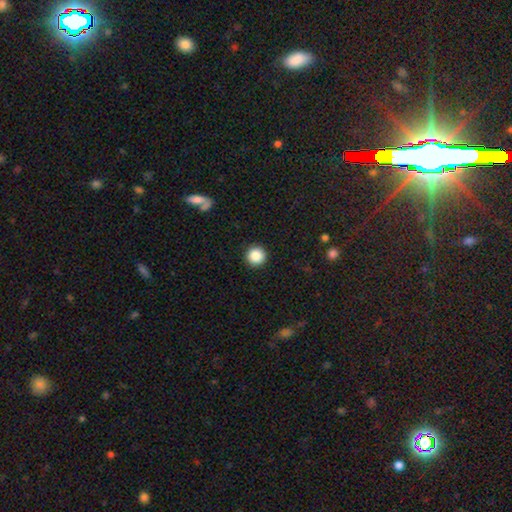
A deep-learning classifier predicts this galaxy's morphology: The model was most divided on "smooth or featured": smooth: 87%, star or artifact: 9%, featured or disk: 4%. More confident: how rounded — round (96%); merging — none (93%).